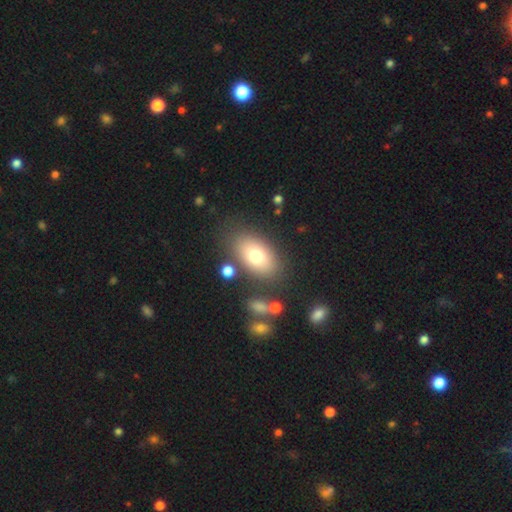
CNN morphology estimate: Smooth or featured? smooth (74%)
How rounded? in between (86%)
Merging? none (79%)